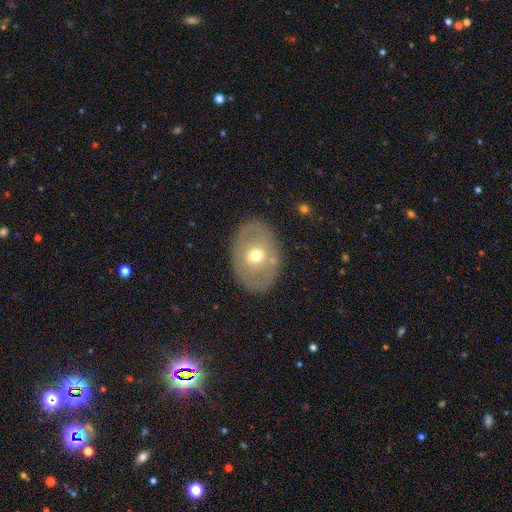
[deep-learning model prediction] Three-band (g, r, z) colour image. It shows a featured or disk galaxy (48%). Merging: none (82%).